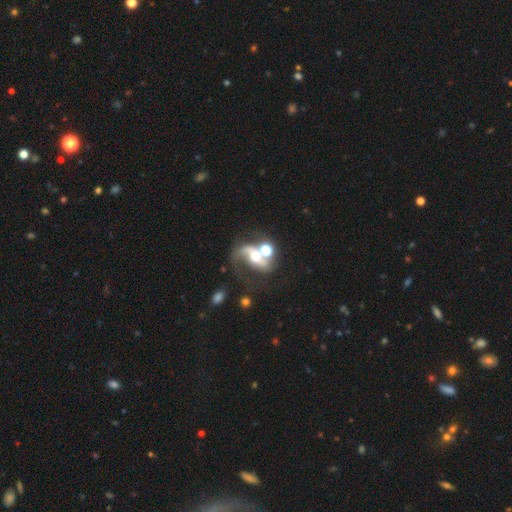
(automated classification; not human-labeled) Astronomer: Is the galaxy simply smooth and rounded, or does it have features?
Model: featured or disk — 72%.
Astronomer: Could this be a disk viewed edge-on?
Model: no — 97%.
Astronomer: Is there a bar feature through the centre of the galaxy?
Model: no — 48% (runner-up: weak, 29%).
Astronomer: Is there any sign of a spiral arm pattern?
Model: yes — 85%.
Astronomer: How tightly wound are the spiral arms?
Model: loose — 53% (runner-up: medium, 37%).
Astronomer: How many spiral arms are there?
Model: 2 — 67%.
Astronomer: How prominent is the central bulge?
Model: moderate — 60%.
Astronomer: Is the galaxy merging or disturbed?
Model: merger — 38% (runner-up: none, 29%).